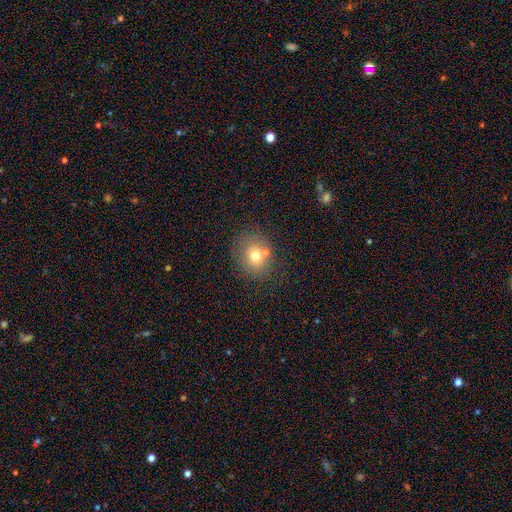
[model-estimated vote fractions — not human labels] Q: Smooth or featured?
A: smooth (71%); runner-up: featured or disk (15%)
Q: How rounded?
A: round (69%); runner-up: in between (30%)
Q: Merging?
A: none (67%); runner-up: merger (16%)